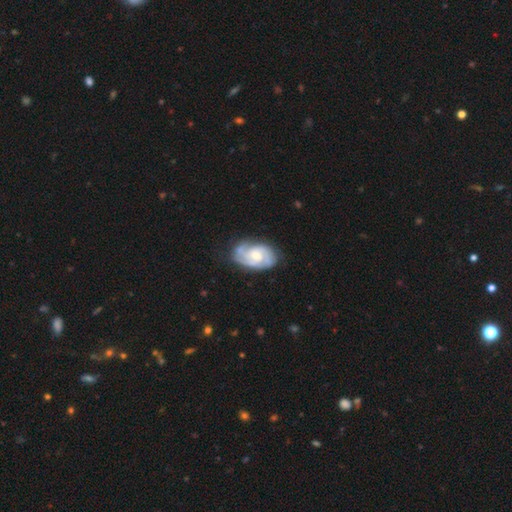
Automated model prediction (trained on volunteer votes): The model was most divided on "spiral arm count": 2: 42%, 3: 26%, can't tell: 21%, 4: 5%, 1: 4%, more than 4: 3%. More confident: edge-on disk — no (97%); spiral arms — yes (95%); smooth or featured — featured or disk (81%); merging — none (69%); spiral winding — tight (56%); bar — no (55%); bulge size — moderate (53%).